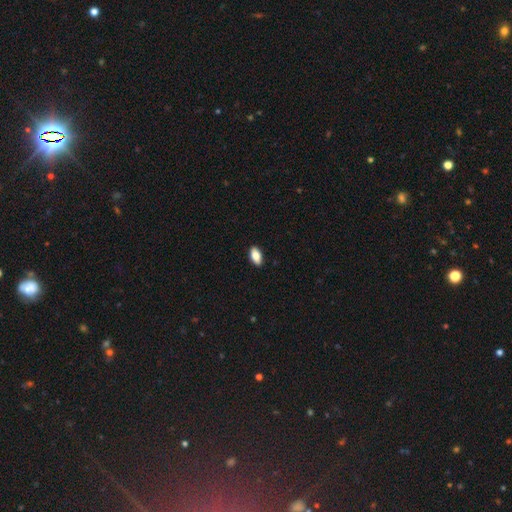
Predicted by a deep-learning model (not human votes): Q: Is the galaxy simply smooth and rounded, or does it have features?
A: smooth — 84%.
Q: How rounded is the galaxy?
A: in between — 90%.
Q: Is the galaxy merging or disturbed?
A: none — 89%.